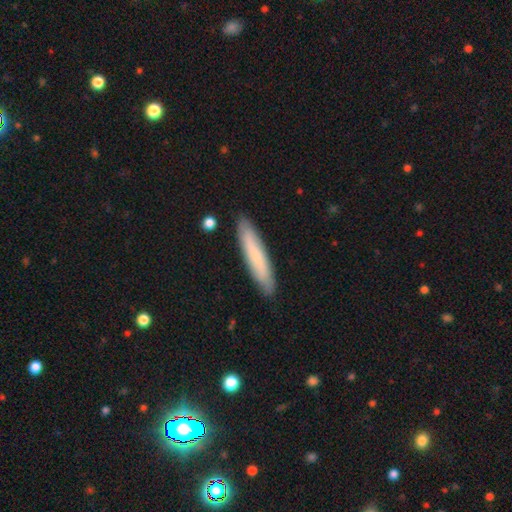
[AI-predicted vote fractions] This appears to be a smooth galaxy with no disk features (71%) that is cigar-shaped (90%). Merging: none (88%).